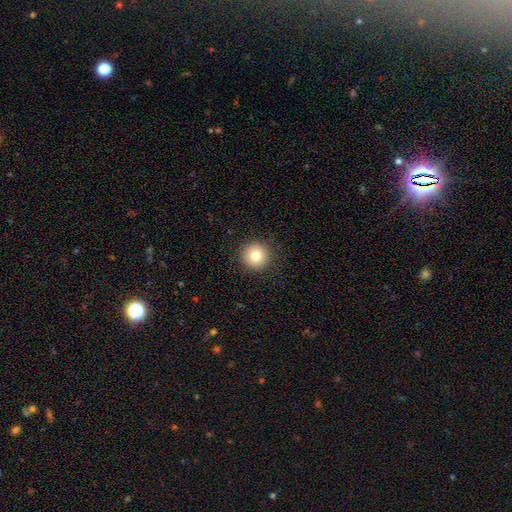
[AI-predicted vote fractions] Smooth or featured: smooth — 80% (star or artifact — 11%)
How rounded: round — 95% (in between — 4%)
Merging: none — 91% (minor disturbance — 6%)